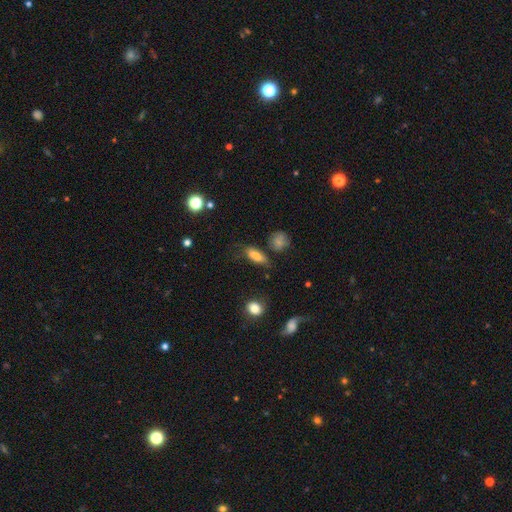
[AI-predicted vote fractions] This appears to be a smooth galaxy with no disk features (78%) that is in between round and cigar-shaped (68%). Merging: none (62%).